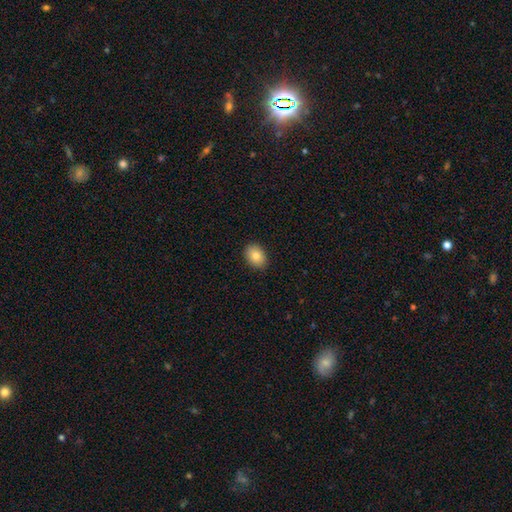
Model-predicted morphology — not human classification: smooth_or_featured: smooth (p=0.83) [alt: featured or disk p=0.09]
how_rounded: in between (p=0.75) [alt: round p=0.24]
merging: none (p=0.90) [alt: minor disturbance p=0.08]